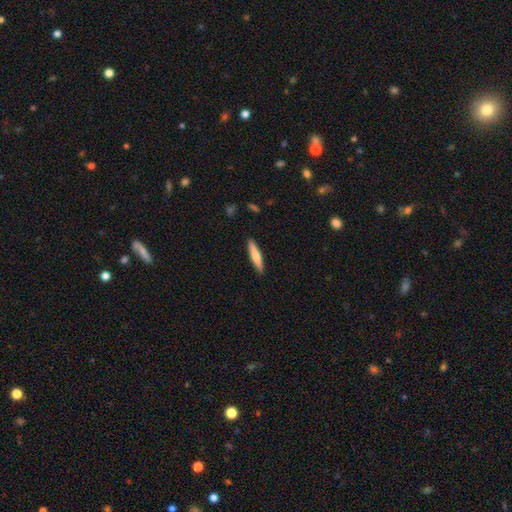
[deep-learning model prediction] Smooth or featured? smooth (66%)
How rounded? cigar-shaped (90%)
Merging? none (91%)